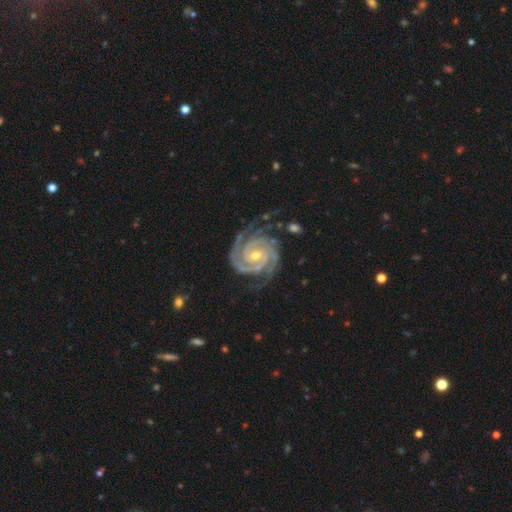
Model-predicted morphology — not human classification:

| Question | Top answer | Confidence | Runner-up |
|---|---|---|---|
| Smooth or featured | featured or disk | 95% | star or artifact (4%) |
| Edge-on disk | no | 98% | yes (2%) |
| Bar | no | 56% | weak (28%) |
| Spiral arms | yes | 99% | no (1%) |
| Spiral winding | tight | 83% | medium (16%) |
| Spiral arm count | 2 | 59% | 3 (23%) |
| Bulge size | small | 54% | moderate (43%) |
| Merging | none | 76% | minor disturbance (16%) |